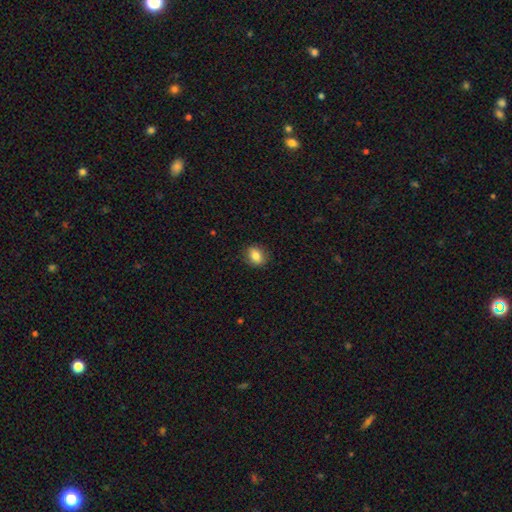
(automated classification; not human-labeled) The model was most divided on "how rounded" (2-way tie): in between: 49%, round: 49%, cigar-shaped: 1%. More confident: merging — none (87%); smooth or featured — smooth (82%).